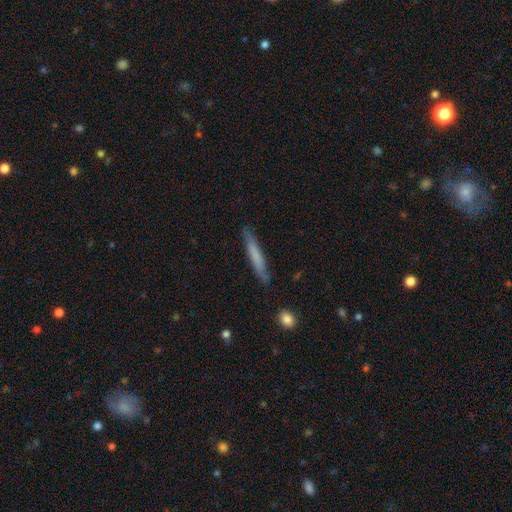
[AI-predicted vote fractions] Q: Smooth or featured?
A: smooth (63%); runner-up: featured or disk (31%)
Q: How rounded?
A: cigar-shaped (95%); runner-up: in between (4%)
Q: Merging?
A: none (86%); runner-up: minor disturbance (11%)